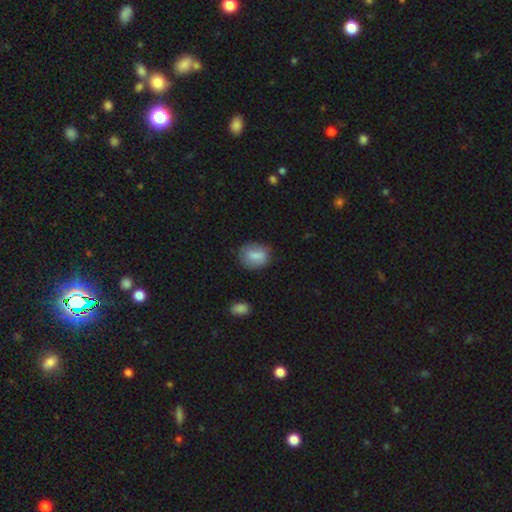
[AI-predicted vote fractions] Smooth or featured? smooth (80%)
How rounded? in between (54%)
Merging? none (71%)